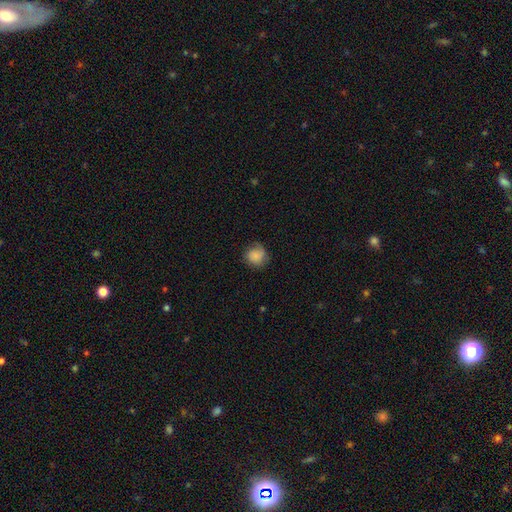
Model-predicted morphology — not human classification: type=smooth (81%); roundness=round (84%); merging=none (69%).